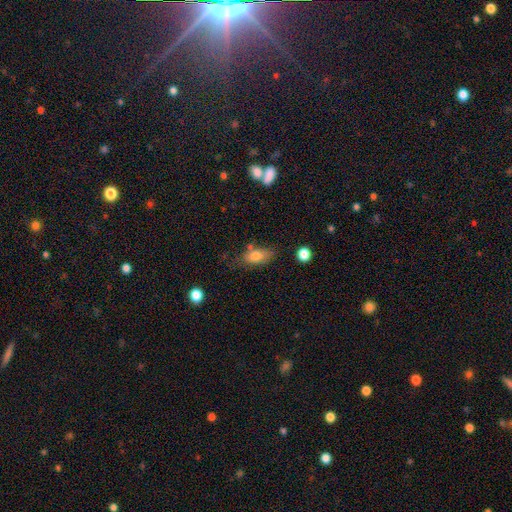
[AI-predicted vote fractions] A smooth galaxy with no disk features (77%) that is in between round and cigar-shaped (84%). Merging: none (63%).